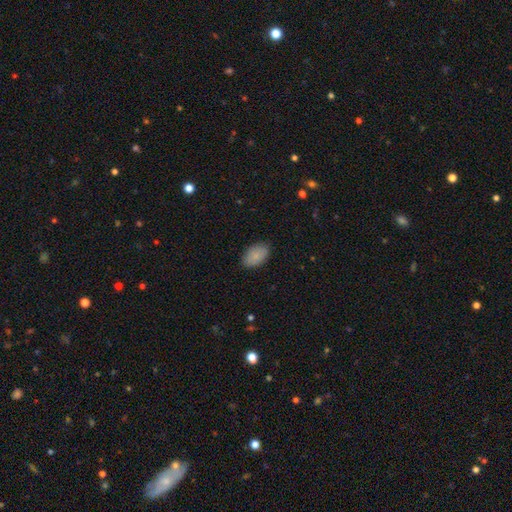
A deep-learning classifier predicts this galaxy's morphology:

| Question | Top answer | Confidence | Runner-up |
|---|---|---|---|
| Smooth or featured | smooth | 85% | featured or disk (8%) |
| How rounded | in between | 93% | round (6%) |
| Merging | none | 85% | minor disturbance (11%) |